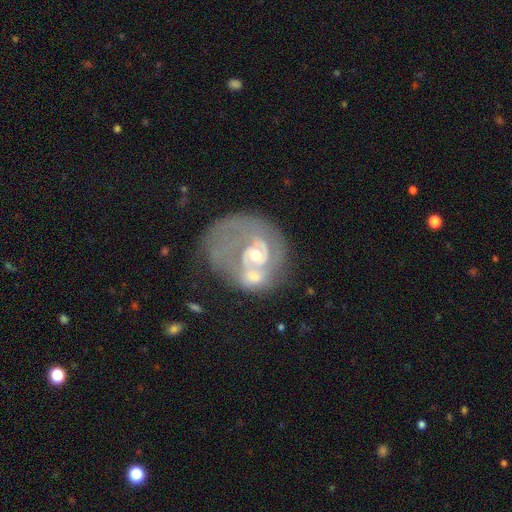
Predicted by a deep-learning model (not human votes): A featured or disk galaxy (82%) with no bar (64%), 2 (47%) tight (48%) spiral arms (86%) and a moderate central bulge (66%).

Vote fractions:
- Smooth or featured? featured or disk: 82% / smooth: 12% / star or artifact: 6%
- Edge-on disk? no: 98% / yes: 2%
- Bar? no: 64% / weak: 29% / strong: 7%
- Spiral arms? yes: 86% / no: 14%
- Spiral winding? tight: 48% / medium: 36% / loose: 16%
- Spiral arm count? 2: 47% / 1: 23% / can't tell: 20% / 3: 6% / 4: 2% / more than 4: 2%
- Bulge size? moderate: 66% / small: 24% / large: 7% / none: 2% / dominant: 1%
- Merging? merger: 46% / major disturbance: 21% / none: 21% / minor disturbance: 12%